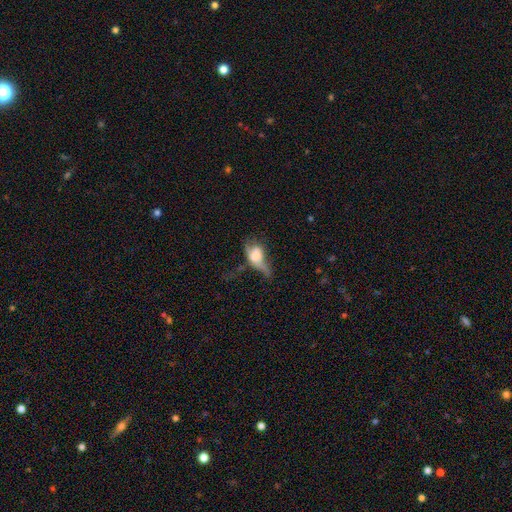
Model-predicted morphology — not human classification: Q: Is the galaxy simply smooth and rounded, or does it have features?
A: smooth — 53%.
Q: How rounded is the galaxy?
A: in between — 80%.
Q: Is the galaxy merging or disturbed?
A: major disturbance — 49%.